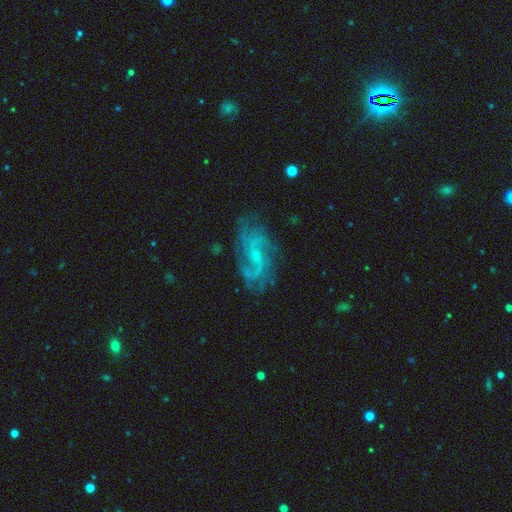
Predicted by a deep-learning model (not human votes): featured or disk 82%, smooth 9%, star or artifact 8%. Down the decision tree: edge-on disk — no (96%); bar — no (46%); spiral arms — yes (94%); spiral arm count — 2 (42%); spiral winding — medium (45%); bulge size — small (70%); merging — none (71%).